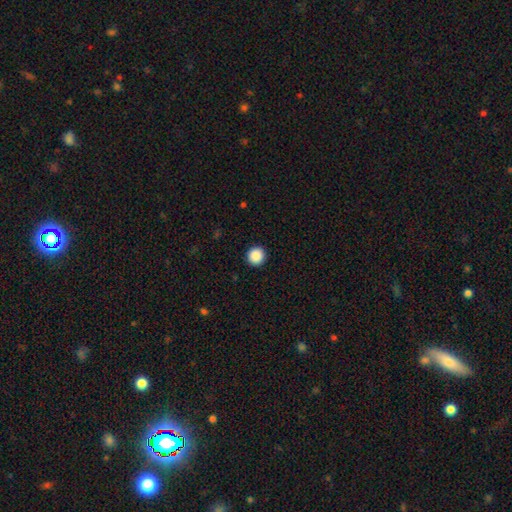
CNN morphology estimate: type=smooth (89%); roundness=round (96%); merging=none (94%).